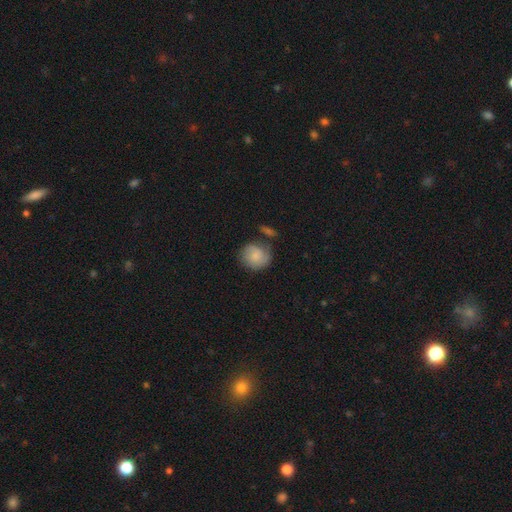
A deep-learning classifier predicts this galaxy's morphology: A smooth galaxy with no disk features (73%) that is round (78%). Merging: none (58%).